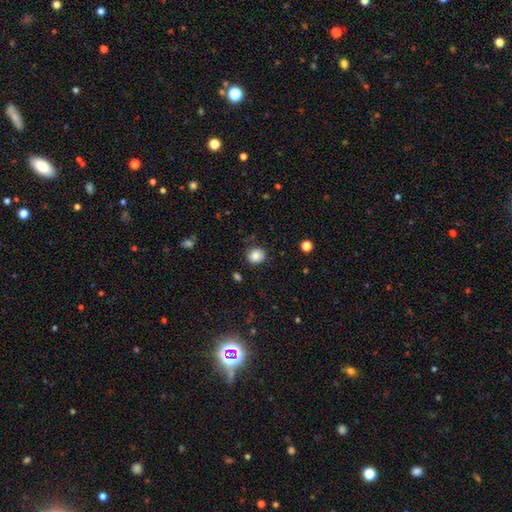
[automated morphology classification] A smooth galaxy with no disk features (85%) that is round (83%).

Vote fractions:
- Smooth or featured? smooth: 85% / star or artifact: 10% / featured or disk: 5%
- How rounded? round: 83% / in between: 16% / cigar-shaped: 1%
- Merging? none: 82% / minor disturbance: 13% / major disturbance: 3% / merger: 2%